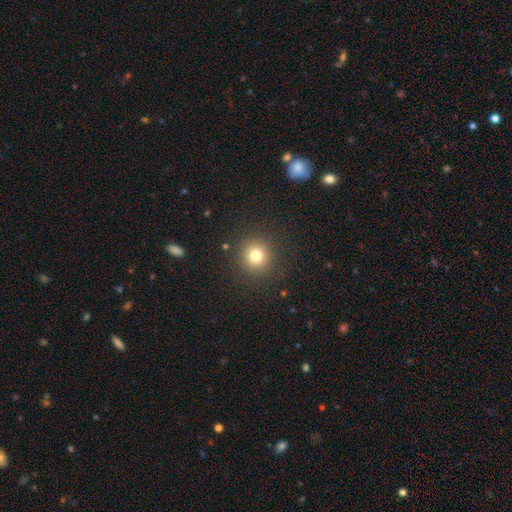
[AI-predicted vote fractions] smooth 77%, star or artifact 15%, featured or disk 8%. Down the decision tree: how rounded — round (94%); merging — none (90%).